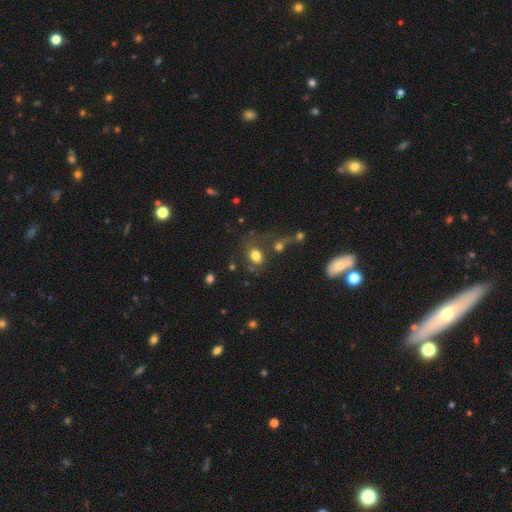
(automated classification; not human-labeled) Smooth or featured? smooth (76%)
How rounded? in between (61%)
Merging? none (54%)